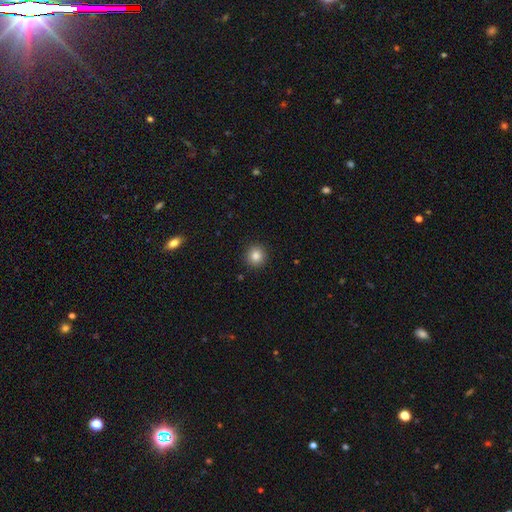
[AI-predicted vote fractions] smooth-or-featured: smooth: 84% | star or artifact: 10% | featured or disk: 5%
  how-rounded: round: 93% | in between: 6% | cigar-shaped: 1%
  merging: none: 92% | minor disturbance: 5% | major disturbance: 2% | merger: 1%